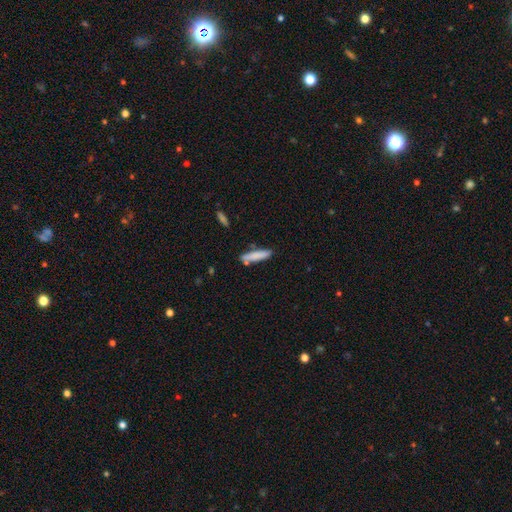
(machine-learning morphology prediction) type=smooth (81%); roundness=cigar-shaped (81%); merging=none (76%).